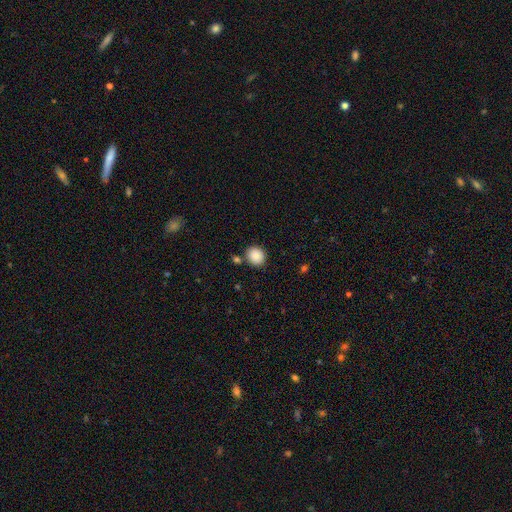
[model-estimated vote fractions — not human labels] A smooth galaxy with no disk features (87%) that is round (75%).

Vote fractions:
- Smooth or featured? smooth: 87% / star or artifact: 9% / featured or disk: 5%
- How rounded? round: 75% / in between: 24% / cigar-shaped: 1%
- Merging? none: 83% / minor disturbance: 8% / merger: 7% / major disturbance: 2%